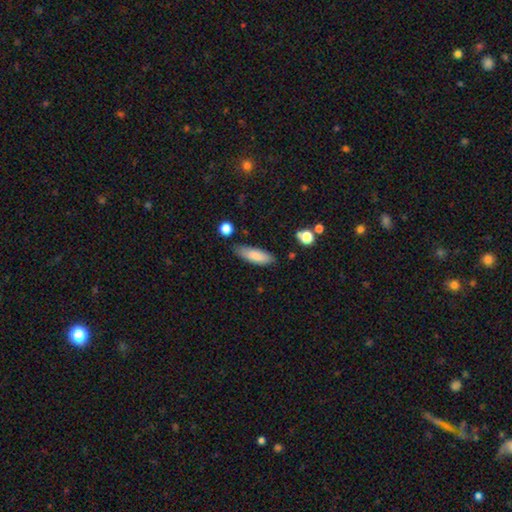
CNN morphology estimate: This appears to be a smooth galaxy with no disk features (83%) that is in between round and cigar-shaped (58%). Merging: none (79%).